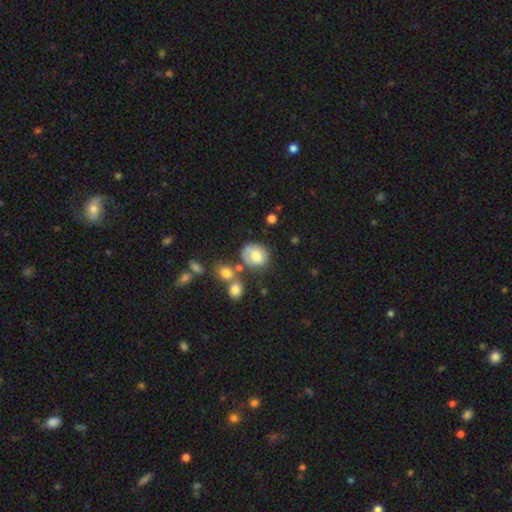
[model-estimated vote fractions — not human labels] Smooth or featured?
  - smooth: 72% *
  - featured or disk: 19%
  - star or artifact: 9%
How rounded?
  - round: 66% *
  - in between: 33%
  - cigar-shaped: 1%
Merging?
  - none: 54% *
  - minor disturbance: 23%
  - merger: 14%
  - major disturbance: 9%